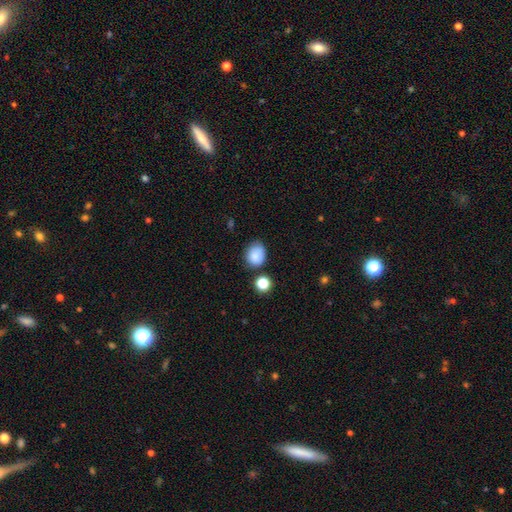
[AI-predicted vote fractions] Smooth or featured: smooth — 83% (star or artifact — 9%)
How rounded: round — 56% (in between — 43%)
Merging: none — 65% (minor disturbance — 23%)